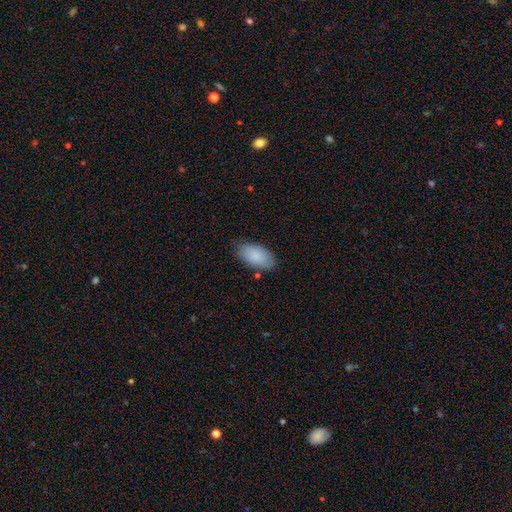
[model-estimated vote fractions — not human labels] Overall: smooth (88%). How rounded: in between (95%). Merging: none (80%).